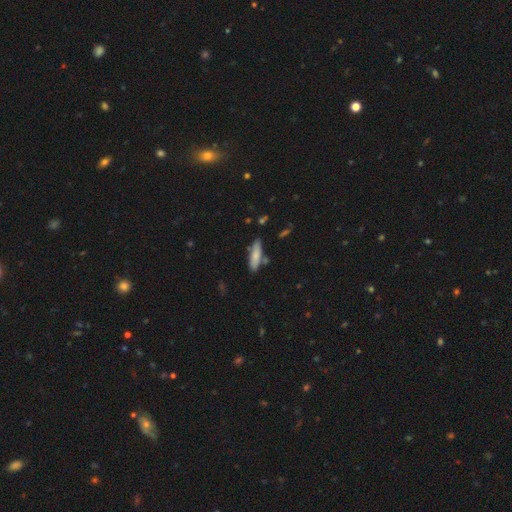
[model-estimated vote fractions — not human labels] This appears to be a smooth galaxy with no disk features (76%) that is cigar-shaped (61%). Merging: none (75%).